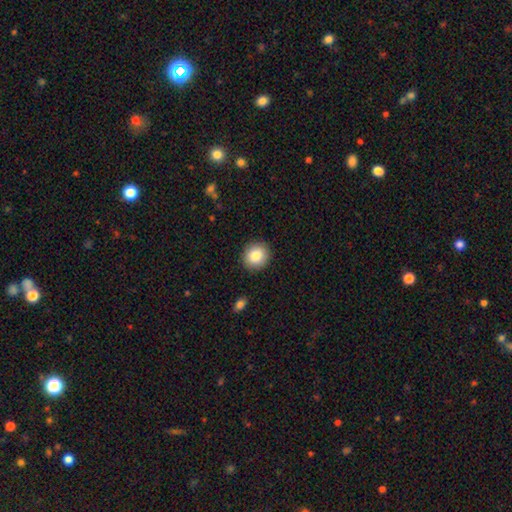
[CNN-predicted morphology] Smooth or featured: smooth — 86% (star or artifact — 8%)
How rounded: round — 86% (in between — 13%)
Merging: none — 90% (minor disturbance — 7%)